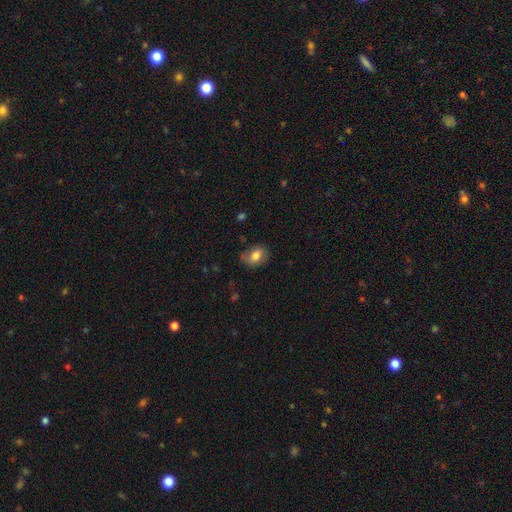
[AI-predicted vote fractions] This appears to be a smooth galaxy with no disk features (75%) that is in between round and cigar-shaped (69%). Merging: none (75%).